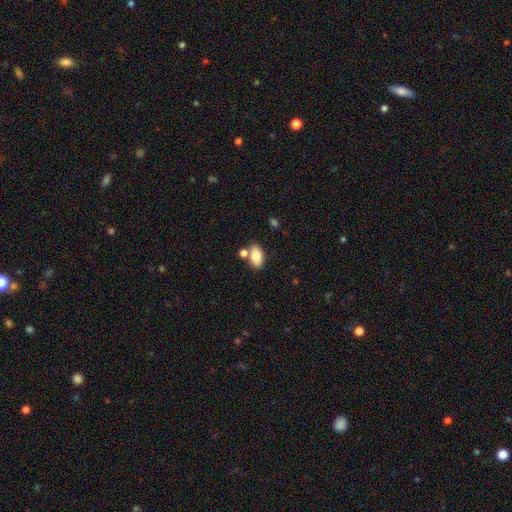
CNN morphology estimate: This is likely a smooth galaxy (80%). How rounded: clearly in between (91%). Merging: likely none (61%).